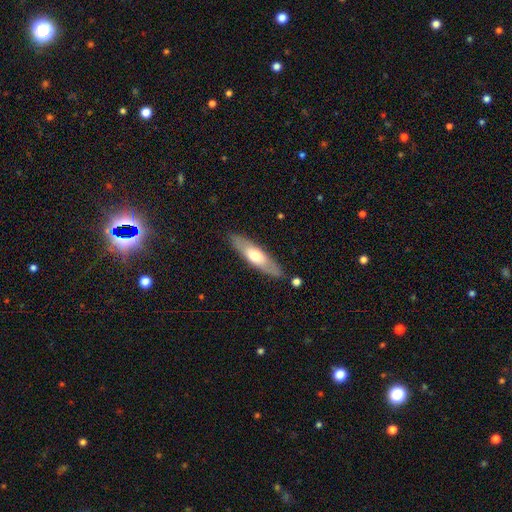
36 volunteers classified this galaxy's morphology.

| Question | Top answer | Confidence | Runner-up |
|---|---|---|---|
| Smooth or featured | featured or disk | 53% | smooth (42%) |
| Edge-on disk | yes | 74% | no (26%) |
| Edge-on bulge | rounded | 93% | none (7%) |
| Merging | none | 82% | major disturbance (12%) |